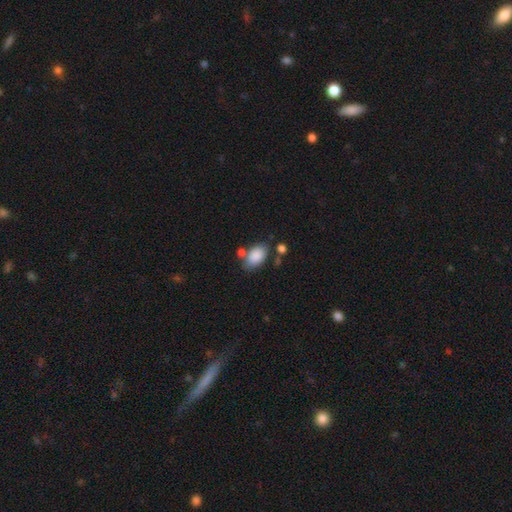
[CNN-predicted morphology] A smooth galaxy with no disk features (87%) that is in between round and cigar-shaped (91%).

Vote fractions:
- Smooth or featured? smooth: 87% / star or artifact: 7% / featured or disk: 6%
- How rounded? in between: 91% / round: 8% / cigar-shaped: 1%
- Merging? none: 64% / minor disturbance: 16% / merger: 15% / major disturbance: 5%